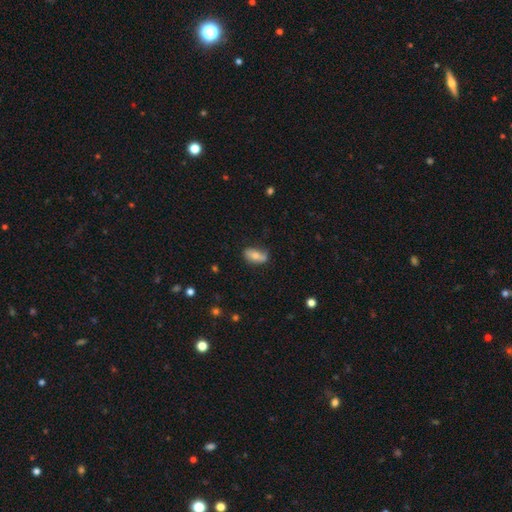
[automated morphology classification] Smooth or featured? smooth (65%)
How rounded? in between (90%)
Merging? none (58%)